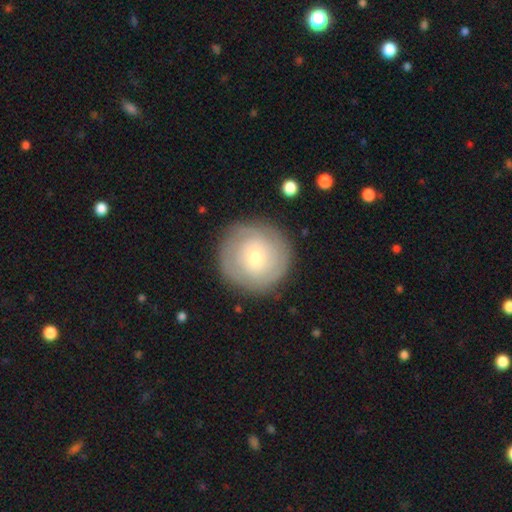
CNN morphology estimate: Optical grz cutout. It shows a smooth galaxy with no disk features (47%). Merging: none (86%).